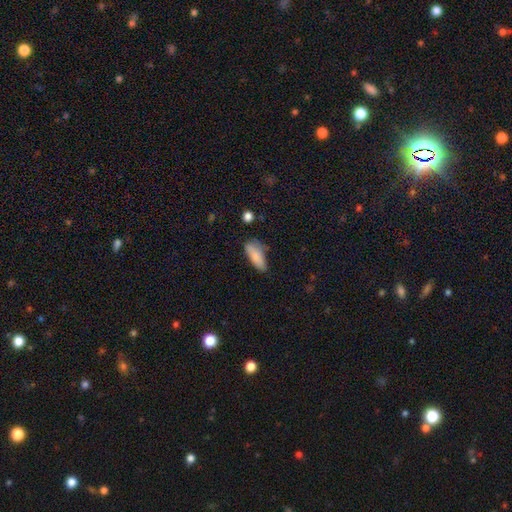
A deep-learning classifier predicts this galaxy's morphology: Overall: smooth (83%). How rounded: in between (73%). Merging: none (57%; minor disturbance 32%).